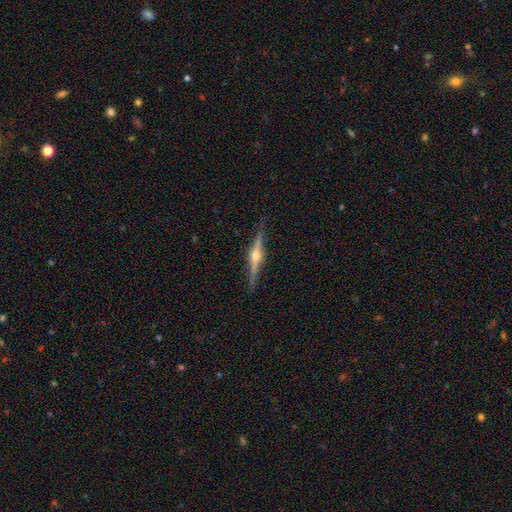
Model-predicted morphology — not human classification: Q: Smooth or featured?
A: featured or disk (85%); runner-up: smooth (9%)
Q: Edge-on disk?
A: yes (98%); runner-up: no (2%)
Q: Edge-on bulge?
A: rounded (94%); runner-up: boxy (4%)
Q: Merging?
A: none (90%); runner-up: minor disturbance (8%)